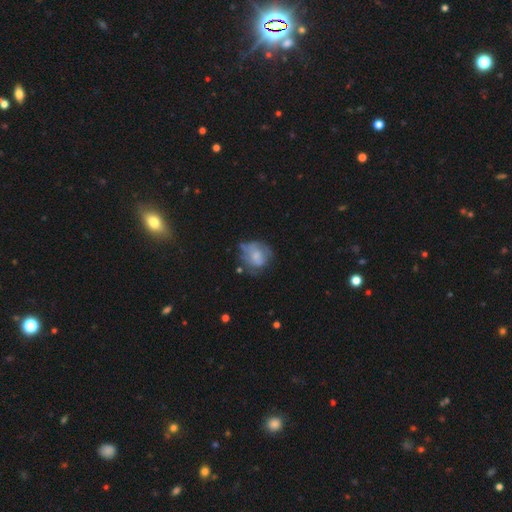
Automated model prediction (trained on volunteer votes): Smooth or featured? smooth (48%)
Merging? none (45%)